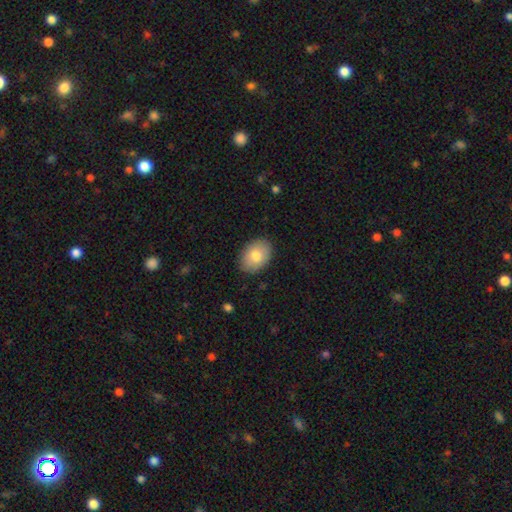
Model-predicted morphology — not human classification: This appears to be a smooth galaxy with no disk features (78%) that is in between round and cigar-shaped (78%). Merging: none (87%).